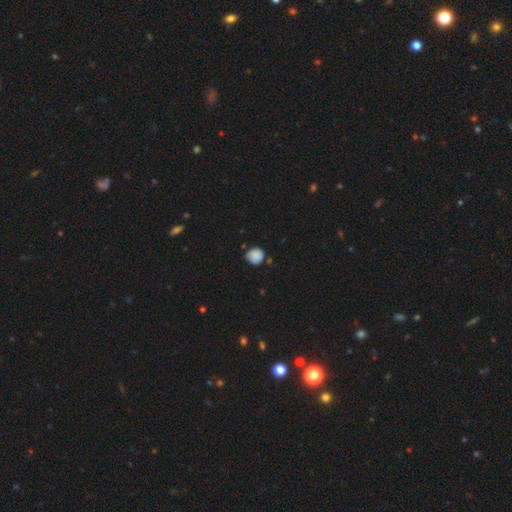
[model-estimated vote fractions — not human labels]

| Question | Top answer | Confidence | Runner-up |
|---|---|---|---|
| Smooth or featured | smooth | 85% | star or artifact (9%) |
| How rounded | round | 86% | in between (13%) |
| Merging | none | 71% | minor disturbance (22%) |